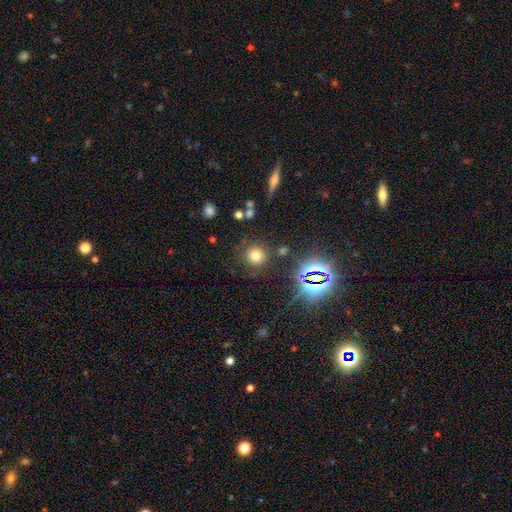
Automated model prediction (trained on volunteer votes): Smooth or featured? smooth (70%)
How rounded? round (92%)
Merging? none (82%)